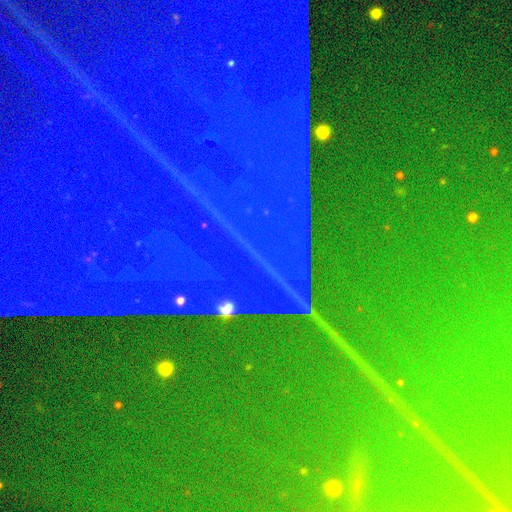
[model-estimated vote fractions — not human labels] Q: Smooth or featured?
A: star or artifact (91%); runner-up: featured or disk (5%)